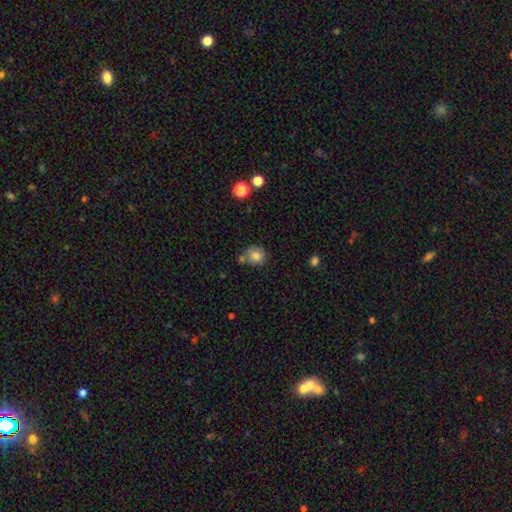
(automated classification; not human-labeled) The model was most divided on "merging": none: 58%, minor disturbance: 19%, merger: 18%, major disturbance: 5%. More confident: how rounded — round (79%); smooth or featured — smooth (79%).